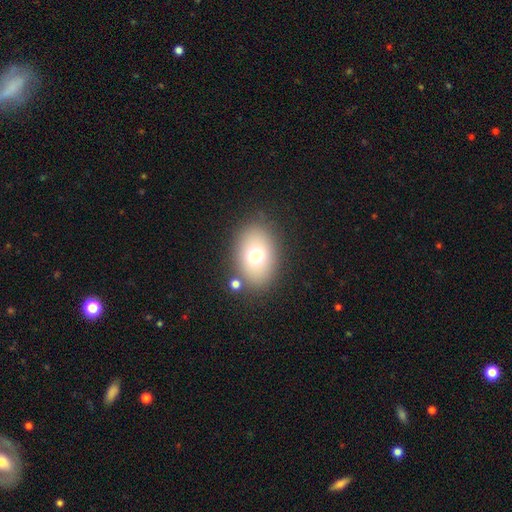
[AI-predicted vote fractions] Smooth or featured? smooth (71%)
How rounded? in between (77%)
Merging? none (80%)